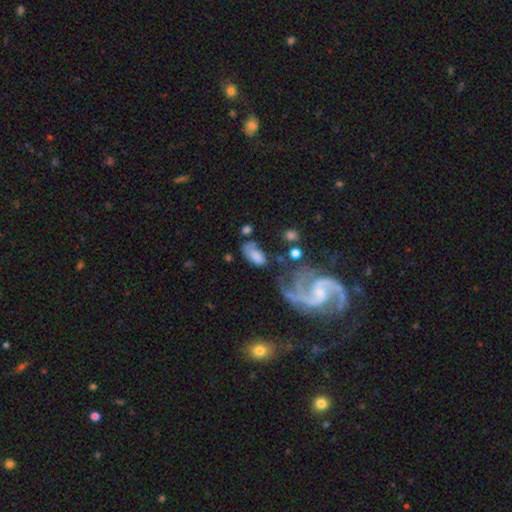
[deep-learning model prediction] Morphology: type=smooth (60%); roundness=in between (90%); merging=none (35%).